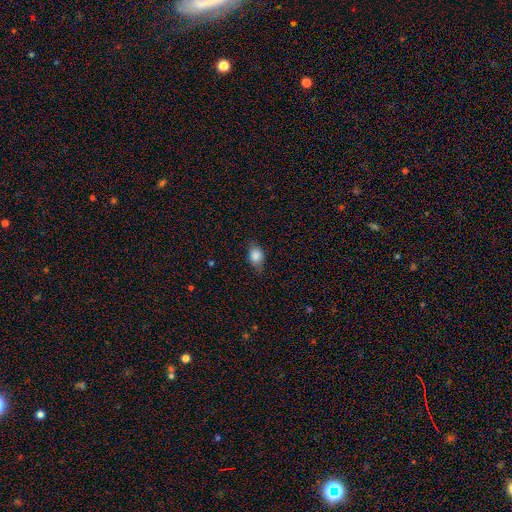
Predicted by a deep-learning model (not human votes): A smooth galaxy with no disk features (83%) that is in between round and cigar-shaped (70%).

Vote fractions:
- Smooth or featured? smooth: 83% / star or artifact: 9% / featured or disk: 8%
- How rounded? in between: 70% / round: 28% / cigar-shaped: 2%
- Merging? none: 69% / minor disturbance: 24% / major disturbance: 5% / merger: 1%